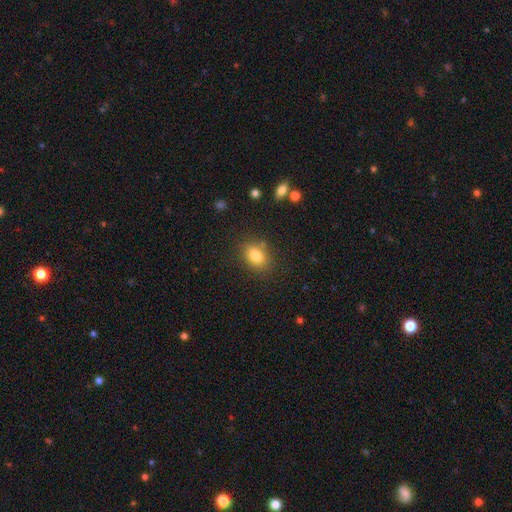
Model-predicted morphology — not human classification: Smooth or featured: smooth — 84% (star or artifact — 9%)
How rounded: in between — 75% (round — 24%)
Merging: none — 79% (minor disturbance — 13%)